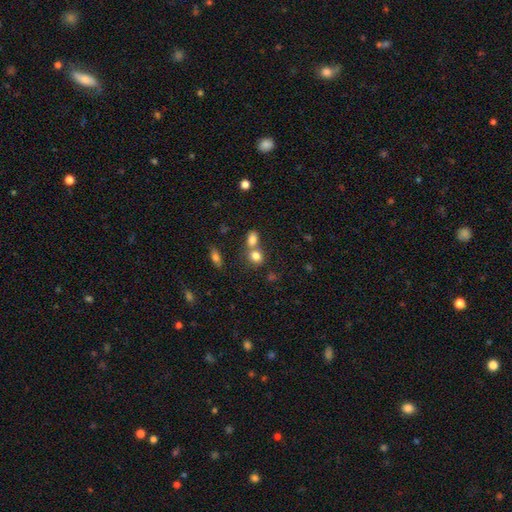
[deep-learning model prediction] This is clearly a smooth galaxy (80%). How rounded: possibly round (55%). Merging: possibly merger (47%).